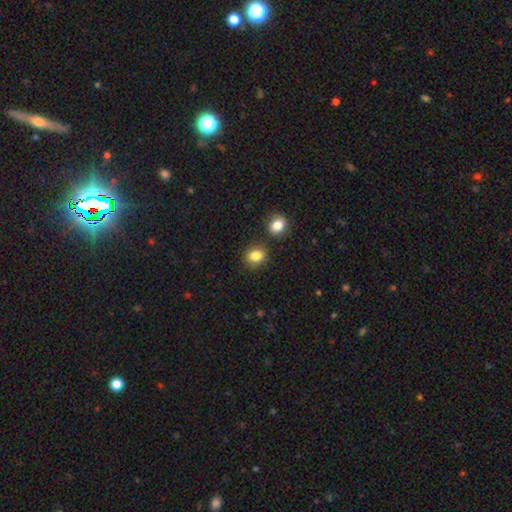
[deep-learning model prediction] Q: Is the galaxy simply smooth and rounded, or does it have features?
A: smooth — 84%.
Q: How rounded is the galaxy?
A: round — 65%.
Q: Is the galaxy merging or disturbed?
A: none — 80%.